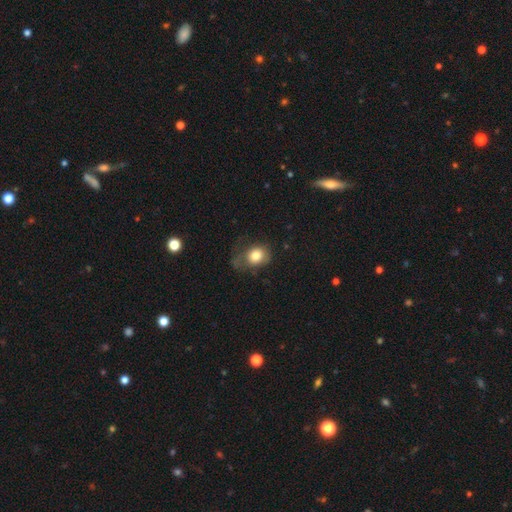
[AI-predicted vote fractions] Smooth or featured? smooth (78%)
How rounded? round (58%)
Merging? none (43%)